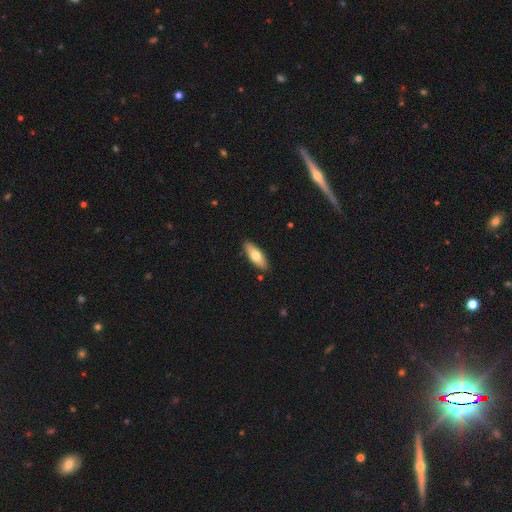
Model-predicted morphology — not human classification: A smooth galaxy with no disk features (67%) that is in between round and cigar-shaped (69%). Merging: none (88%).